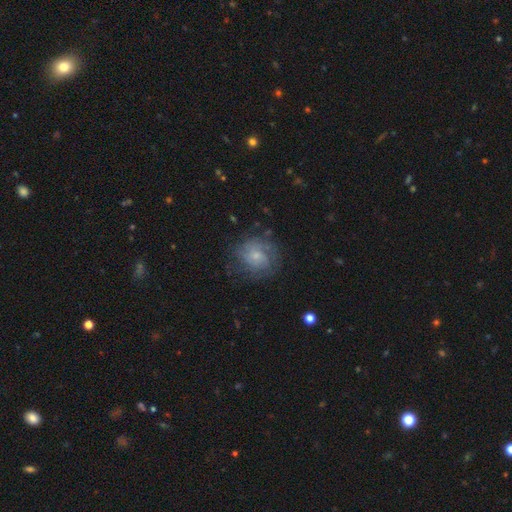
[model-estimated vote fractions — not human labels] Smooth or featured: featured or disk — 54% (smooth — 37%)
Edge-on disk: no — 98% (yes — 2%)
Bar: no — 76% (weak — 22%)
Spiral arms: yes — 77% (no — 23%)
Bulge size: small — 66% (moderate — 23%)
Merging: none — 68% (minor disturbance — 19%)